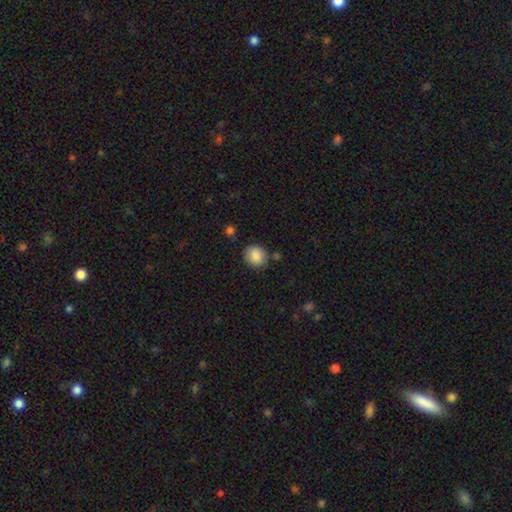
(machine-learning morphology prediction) Smooth or featured? smooth (88%)
How rounded? round (80%)
Merging? none (79%)